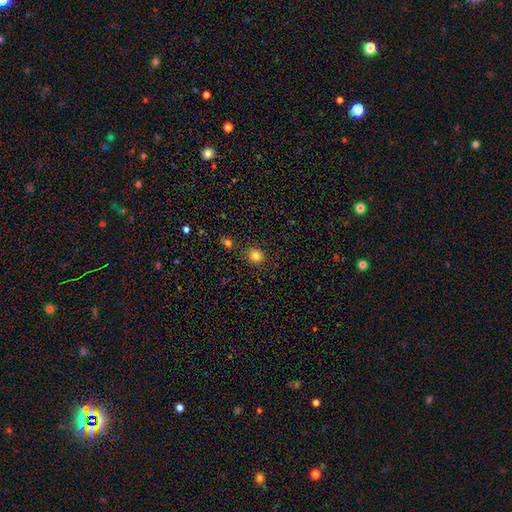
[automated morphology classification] The model was most divided on "smooth or featured": smooth: 81%, star or artifact: 13%, featured or disk: 5%. More confident: how rounded — round (87%); merging — none (87%).